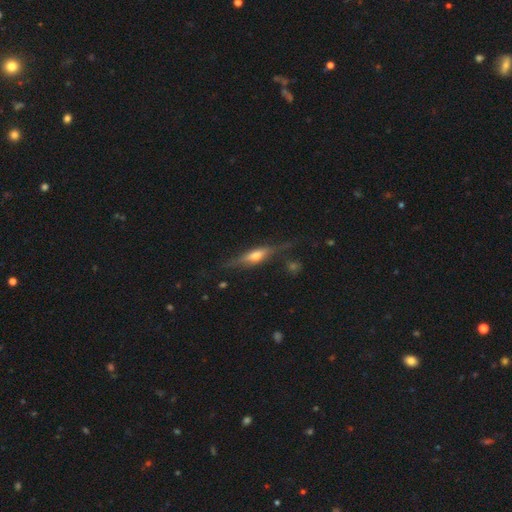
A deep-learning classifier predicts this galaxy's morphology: A featured or disk galaxy (63%) viewed edge-on (90%) with a rounded central bulge (82%). Merging: none (72%).